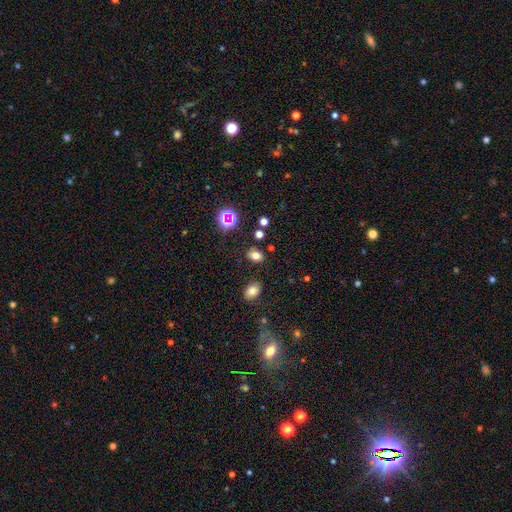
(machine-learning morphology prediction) Smooth or featured: smooth — 74% (star or artifact — 18%)
How rounded: in between — 69% (round — 29%)
Merging: none — 82% (minor disturbance — 10%)